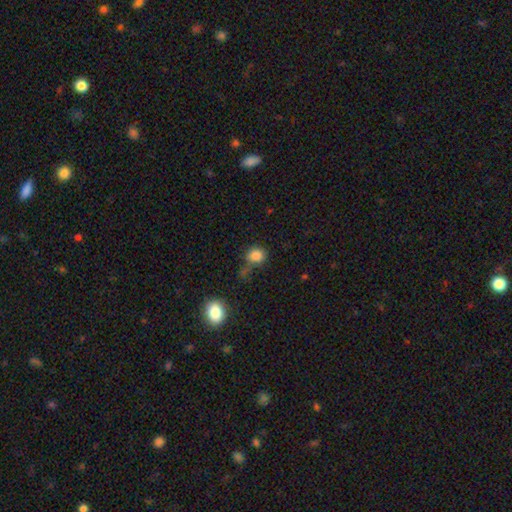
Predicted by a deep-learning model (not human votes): The model was most divided on "merging": none: 60%, minor disturbance: 17%, merger: 15%, major disturbance: 9%. More confident: smooth or featured — smooth (83%); how rounded — round (82%).